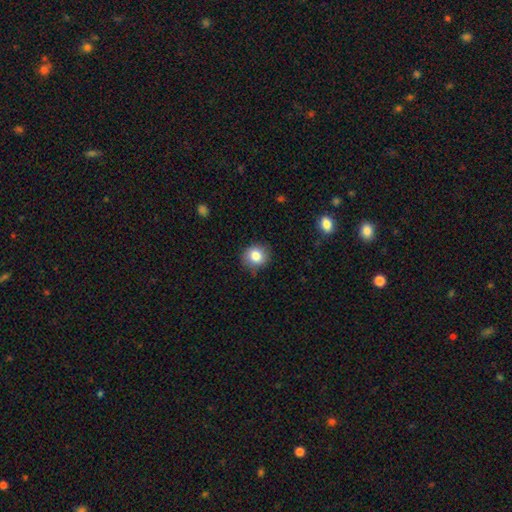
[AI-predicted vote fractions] Smooth or featured? Predicted: smooth (p=0.83). How rounded? Predicted: round (p=0.85). Merging? Predicted: none (p=0.84).